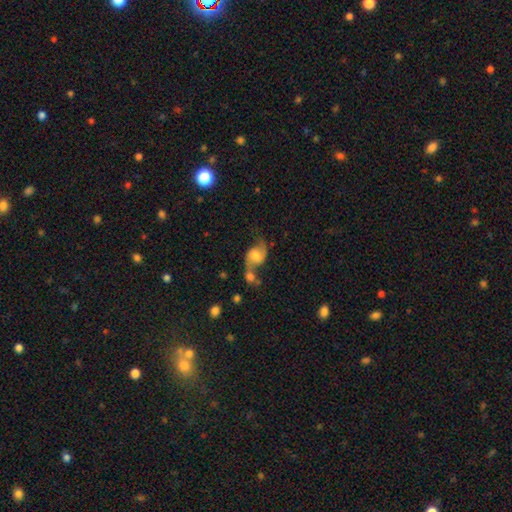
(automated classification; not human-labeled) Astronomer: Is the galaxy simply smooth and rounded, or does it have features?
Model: featured or disk — 69%.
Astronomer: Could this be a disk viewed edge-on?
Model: no — 97%.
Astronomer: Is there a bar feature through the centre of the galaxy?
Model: no — 54% (runner-up: weak, 36%).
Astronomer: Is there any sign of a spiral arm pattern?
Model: yes — 90%.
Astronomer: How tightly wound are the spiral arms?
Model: loose — 72%.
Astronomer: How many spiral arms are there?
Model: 2 — 90%.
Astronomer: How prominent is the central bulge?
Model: moderate — 48% (runner-up: small, 26%).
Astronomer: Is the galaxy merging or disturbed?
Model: none — 40% (runner-up: merger, 35%).